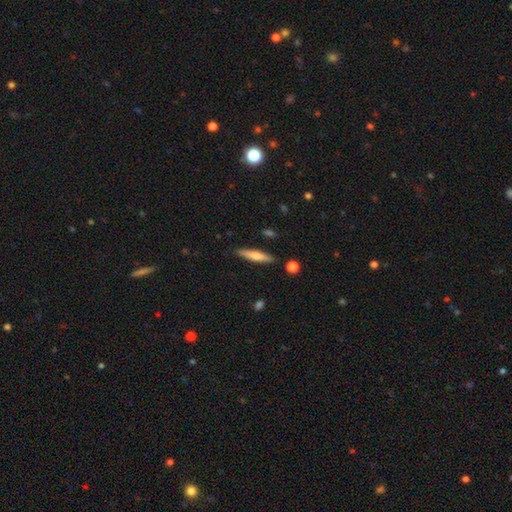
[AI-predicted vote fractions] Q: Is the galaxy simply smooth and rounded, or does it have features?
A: smooth — 62%.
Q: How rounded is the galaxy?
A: cigar-shaped — 85%.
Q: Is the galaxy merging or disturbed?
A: none — 86%.